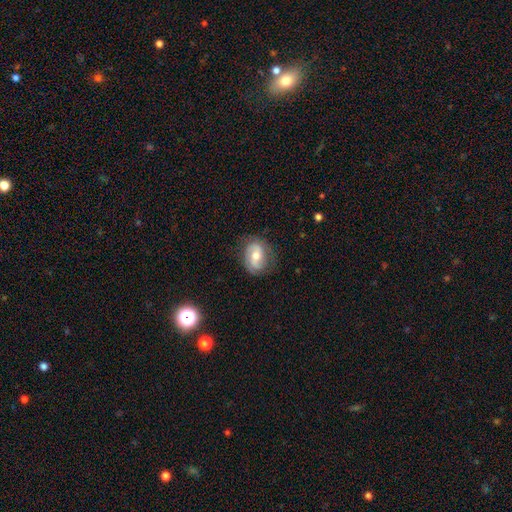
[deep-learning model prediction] smooth_or_featured: featured or disk (p=0.62) [alt: smooth p=0.30]
disk_edge_on: no (p=0.96) [alt: yes p=0.04]
bar: weak (p=0.41) [alt: no p=0.40]
has_spiral_arms: yes (p=0.83) [alt: no p=0.17]
bulge_size: moderate (p=0.66) [alt: small p=0.27]
merging: none (p=0.75) [alt: minor disturbance p=0.17]